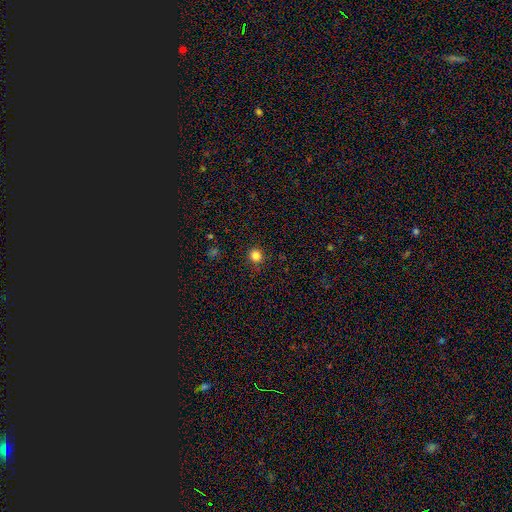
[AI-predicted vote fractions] smooth 83%, star or artifact 13%, featured or disk 4%. Down the decision tree: how rounded — round (93%); merging — none (91%).